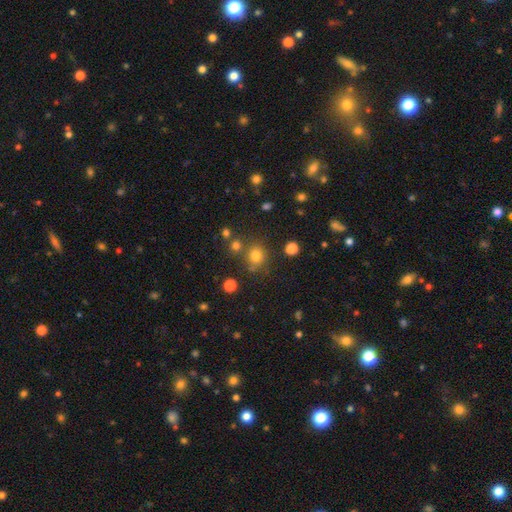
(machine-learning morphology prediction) type=smooth (76%); roundness=round (84%); merging=none (74%).